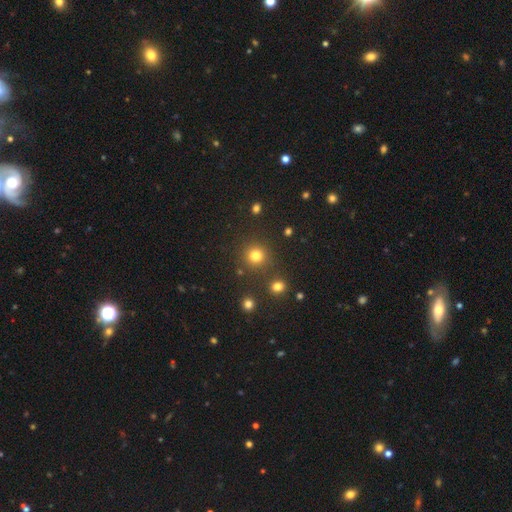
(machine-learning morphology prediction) smooth 79%, star or artifact 16%, featured or disk 5%. Down the decision tree: how rounded — round (94%); merging — none (86%).